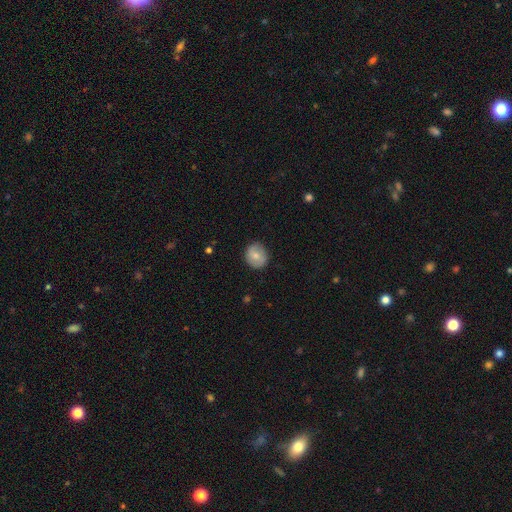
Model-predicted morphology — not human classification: A smooth galaxy with no disk features (67%) that is round (79%).

Vote fractions:
- Smooth or featured? smooth: 67% / featured or disk: 25% / star or artifact: 8%
- How rounded? round: 79% / in between: 20% / cigar-shaped: 1%
- Merging? none: 83% / minor disturbance: 13% / major disturbance: 3% / merger: 1%